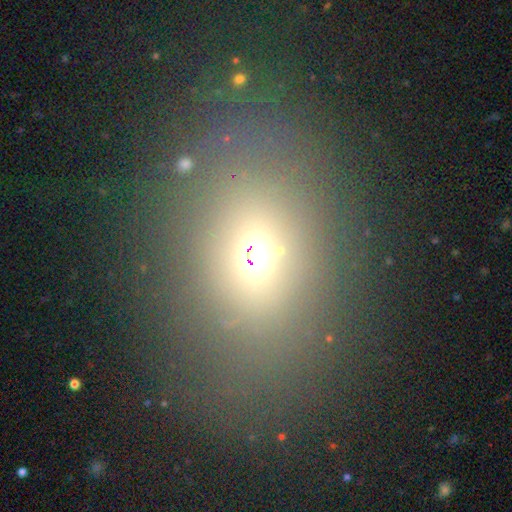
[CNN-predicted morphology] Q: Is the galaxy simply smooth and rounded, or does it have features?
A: smooth — 60%.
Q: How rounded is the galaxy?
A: in between — 50%.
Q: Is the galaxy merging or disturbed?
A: none — 73%.